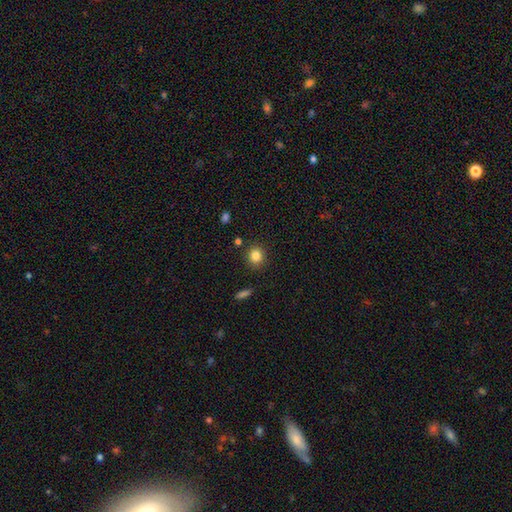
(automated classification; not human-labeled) Smooth or featured? Predicted: smooth (p=0.84). How rounded? Predicted: round (p=0.82). Merging? Predicted: none (p=0.87).